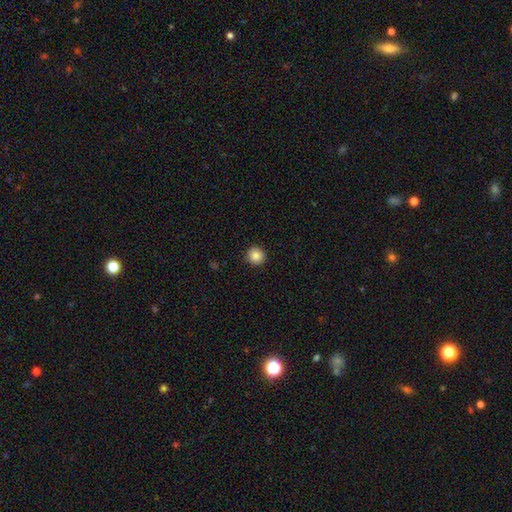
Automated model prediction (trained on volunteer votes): smooth_or_featured: smooth (p=0.87) [alt: star or artifact p=0.09]
how_rounded: round (p=0.94) [alt: in between p=0.05]
merging: none (p=0.92) [alt: minor disturbance p=0.05]